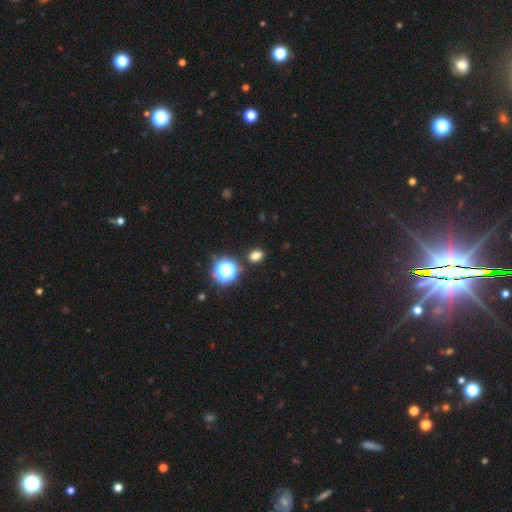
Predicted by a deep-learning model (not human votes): Smooth or featured: smooth — 73% (star or artifact — 22%)
How rounded: in between — 62% (round — 36%)
Merging: none — 85% (minor disturbance — 9%)